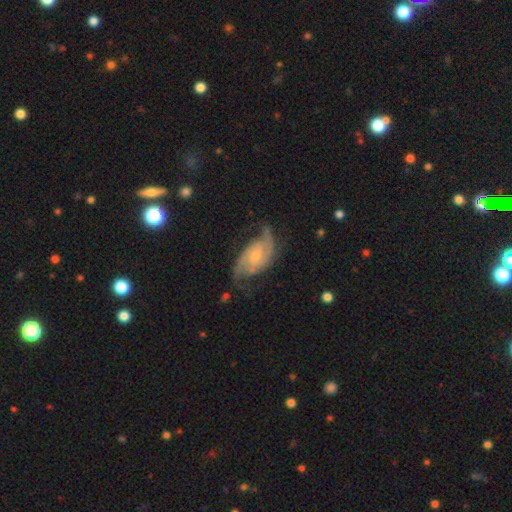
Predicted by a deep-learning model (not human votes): Smooth or featured: featured or disk — 85% (smooth — 10%)
Edge-on disk: no — 96% (yes — 4%)
Bar: no — 48% (weak — 43%)
Spiral arms: yes — 96% (no — 4%)
Spiral winding: medium — 45% (loose — 33%)
Spiral arm count: 2 — 85% (can't tell — 7%)
Bulge size: small — 55% (moderate — 37%)
Merging: none — 63% (minor disturbance — 22%)